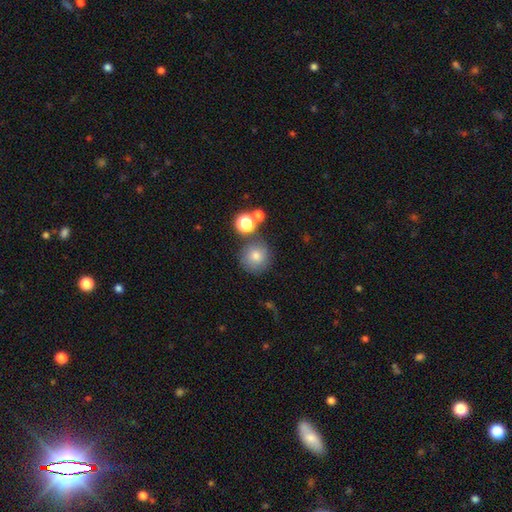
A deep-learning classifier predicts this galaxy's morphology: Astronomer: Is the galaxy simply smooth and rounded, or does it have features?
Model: smooth — 73%.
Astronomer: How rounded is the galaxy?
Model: round — 92%.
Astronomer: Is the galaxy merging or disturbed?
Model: none — 71%.